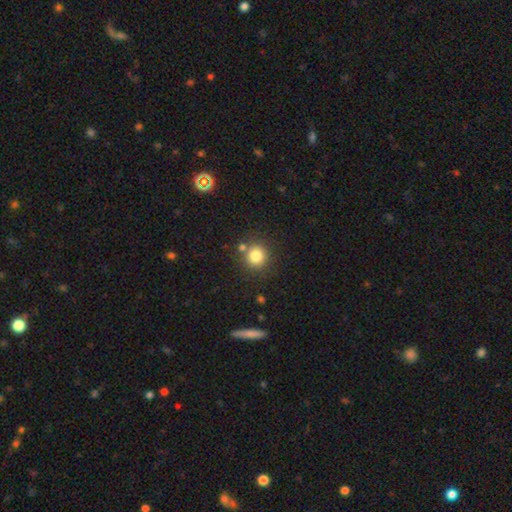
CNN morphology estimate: smooth 82%, star or artifact 12%, featured or disk 6%. Down the decision tree: how rounded — round (91%); merging — none (77%).